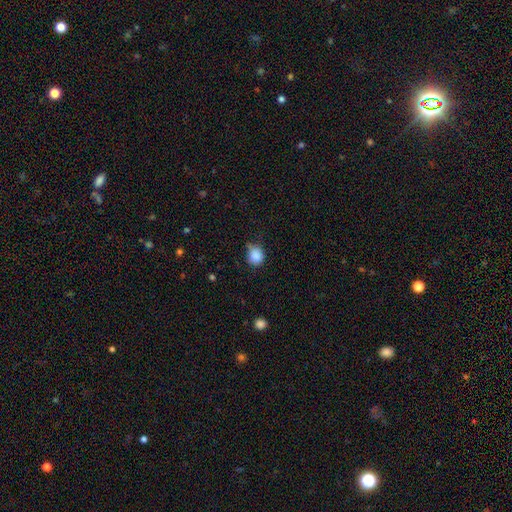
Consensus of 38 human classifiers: This appears to be a smooth galaxy with no disk features (89%) that is round (74%). Merging: none (69%).